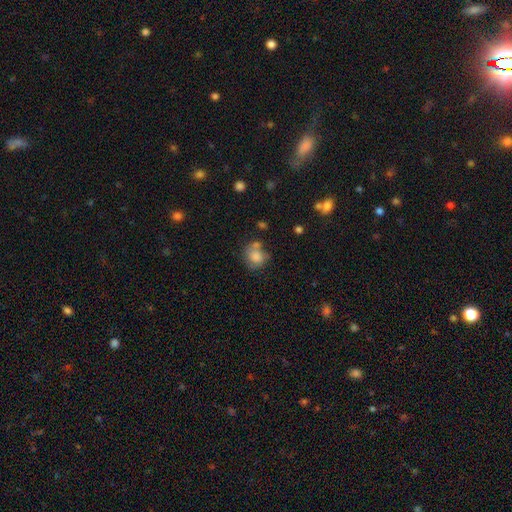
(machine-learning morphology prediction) This is likely a smooth galaxy (79%). How rounded: likely round (70%). Merging: possibly none (45%).